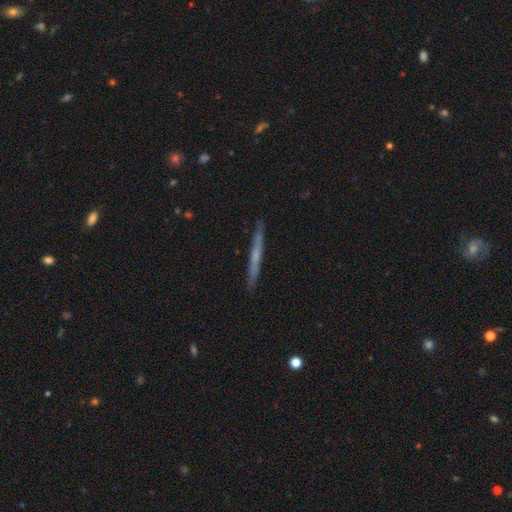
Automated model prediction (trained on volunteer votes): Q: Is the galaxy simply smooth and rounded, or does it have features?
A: featured or disk — 53%.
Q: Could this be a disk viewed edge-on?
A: yes — 96%.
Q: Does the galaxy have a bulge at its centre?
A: none — 71%.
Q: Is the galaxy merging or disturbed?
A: none — 90%.